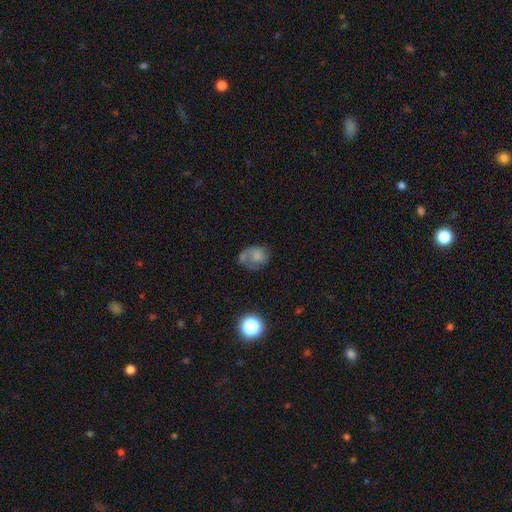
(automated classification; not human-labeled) Smooth or featured?
  - smooth: 61% *
  - featured or disk: 27%
  - star or artifact: 12%
How rounded?
  - round: 56% *
  - in between: 43%
  - cigar-shaped: 1%
Merging?
  - none: 37% *
  - minor disturbance: 23%
  - major disturbance: 20%
  - merger: 19%